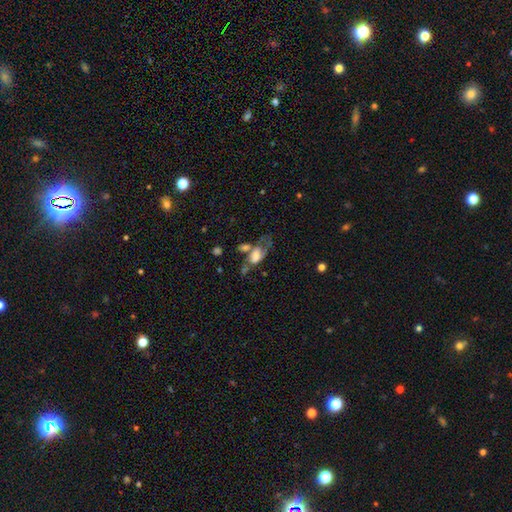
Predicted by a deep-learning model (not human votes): featured or disk 45% (tied), smooth 45% (tied), star or artifact 10%. Down the decision tree: merging — major disturbance (33%).